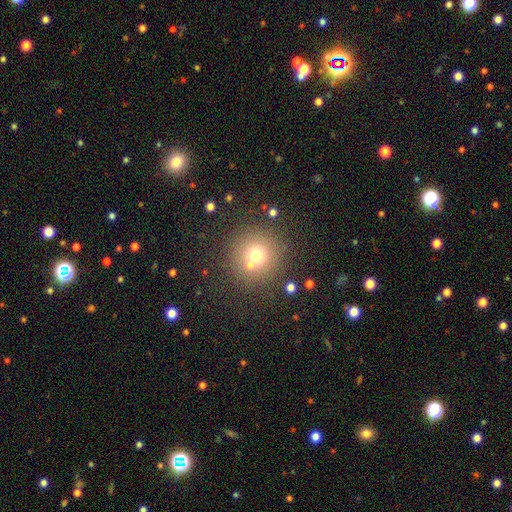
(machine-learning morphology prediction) Overall: smooth (67%). How rounded: round (94%). Merging: none (70%).